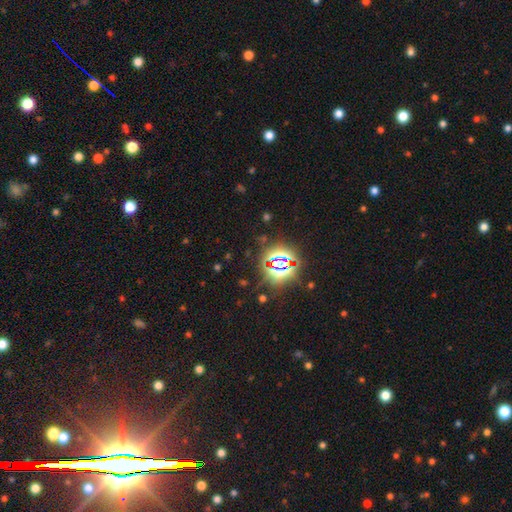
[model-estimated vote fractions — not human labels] smooth_or_featured: star or artifact (p=0.82) [alt: smooth p=0.11]